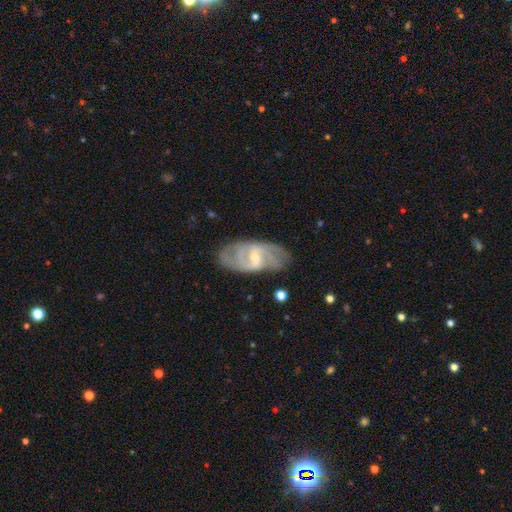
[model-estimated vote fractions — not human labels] Morphology: type=featured or disk (77%); edge-on=no (92%); bar=weak (54%); spiral arms=yes (90%); winding=medium (42%); arm count=2 (44%); bulge=small (54%); merging=none (78%).